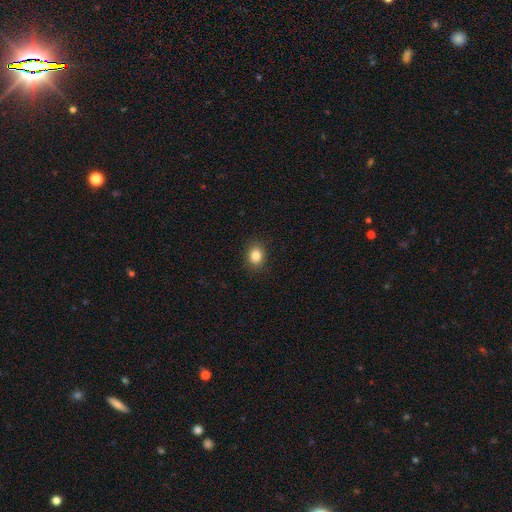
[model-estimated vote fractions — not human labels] Q: Smooth or featured?
A: smooth (84%); runner-up: star or artifact (10%)
Q: How rounded?
A: round (59%); runner-up: in between (40%)
Q: Merging?
A: none (89%); runner-up: minor disturbance (8%)